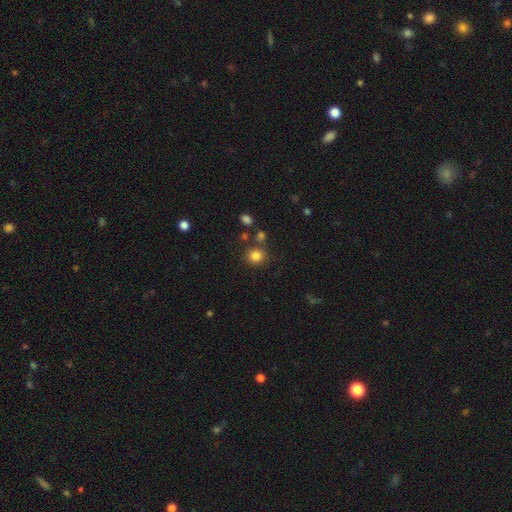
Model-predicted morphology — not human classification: The model was most divided on "how rounded": round: 83%, in between: 16%, cigar-shaped: 1%. More confident: smooth or featured — smooth (83%); merging — none (78%).